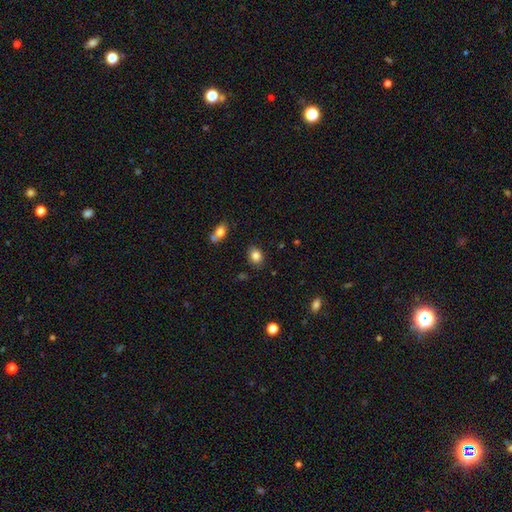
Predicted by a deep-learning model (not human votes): This is clearly a smooth galaxy (84%). How rounded: likely in between (62%). Merging: clearly none (83%).